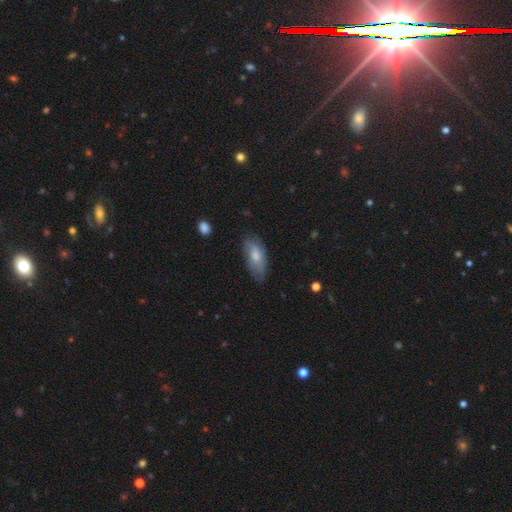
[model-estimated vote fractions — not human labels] Morphology: type=smooth (70%); roundness=in between (85%); merging=none (62%).